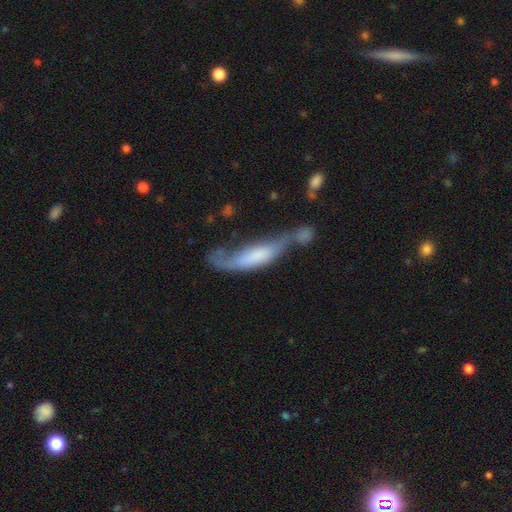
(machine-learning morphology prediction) This is possibly a smooth galaxy (49%). Merging: marginally merger (38%).